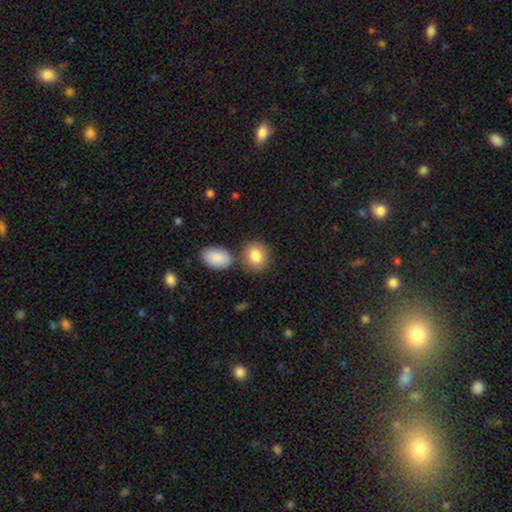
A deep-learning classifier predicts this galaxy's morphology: Smooth or featured?
  - smooth: 85% *
  - featured or disk: 8%
  - star or artifact: 7%
How rounded?
  - round: 63% *
  - in between: 36%
  - cigar-shaped: 1%
Merging?
  - none: 67% *
  - merger: 19%
  - minor disturbance: 11%
  - major disturbance: 3%